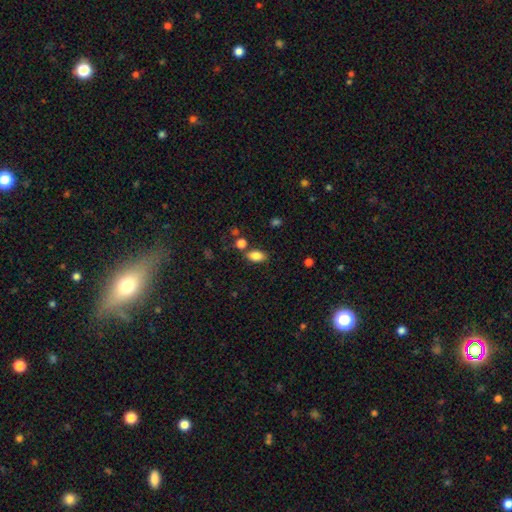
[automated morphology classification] Smooth or featured: smooth — 85% (star or artifact — 9%)
How rounded: in between — 89% (round — 8%)
Merging: none — 72% (minor disturbance — 13%)